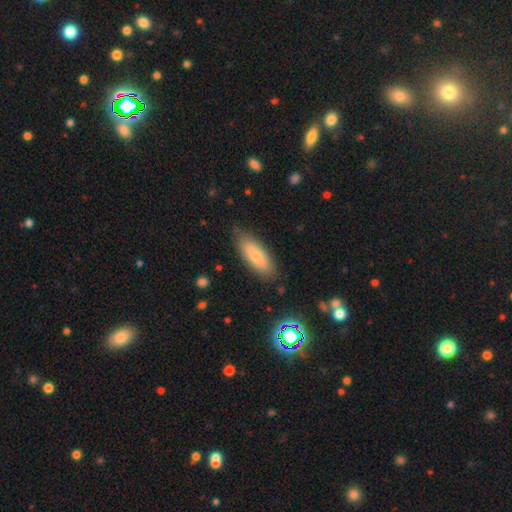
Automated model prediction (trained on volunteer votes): Smooth or featured? smooth (75%)
How rounded? in between (67%)
Merging? none (80%)